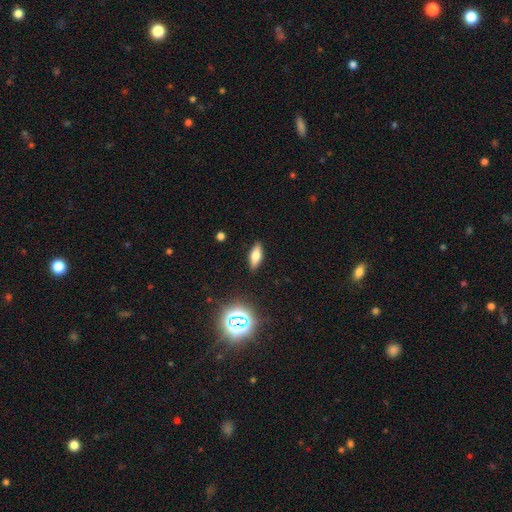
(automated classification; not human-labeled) smooth 62%, featured or disk 26%, star or artifact 12%. Down the decision tree: how rounded — in between (67%); merging — none (88%).